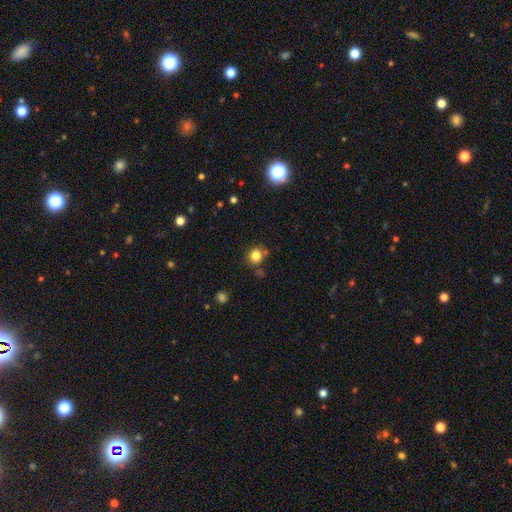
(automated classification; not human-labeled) Overall: smooth (82%). How rounded: round (85%). Merging: none (77%).